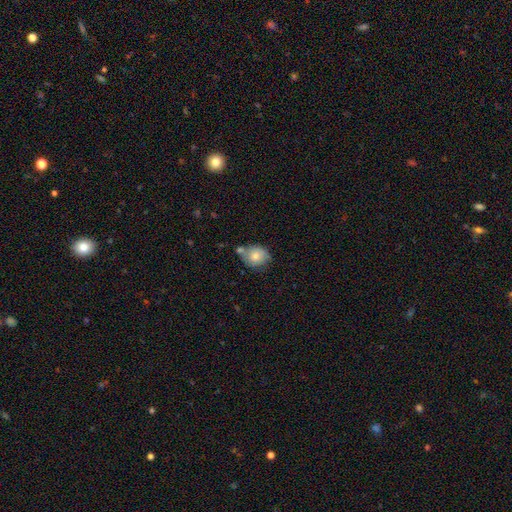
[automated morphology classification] The model was most divided on "merging": none: 52%, minor disturbance: 22%, merger: 20%, major disturbance: 5%. More confident: smooth or featured — smooth (75%); how rounded — round (66%).